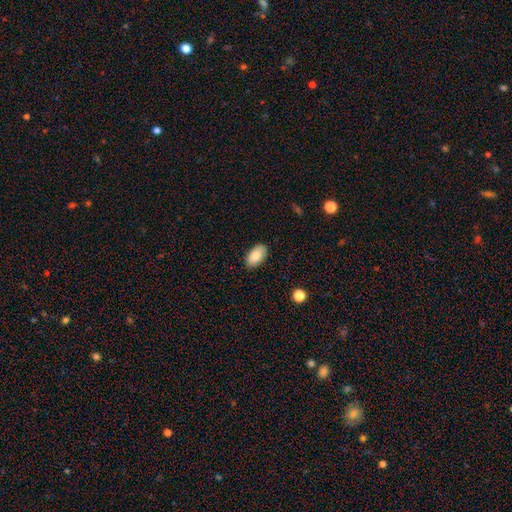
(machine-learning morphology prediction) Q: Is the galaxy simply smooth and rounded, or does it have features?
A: smooth — 86%.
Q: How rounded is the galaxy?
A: in between — 95%.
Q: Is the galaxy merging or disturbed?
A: none — 86%.